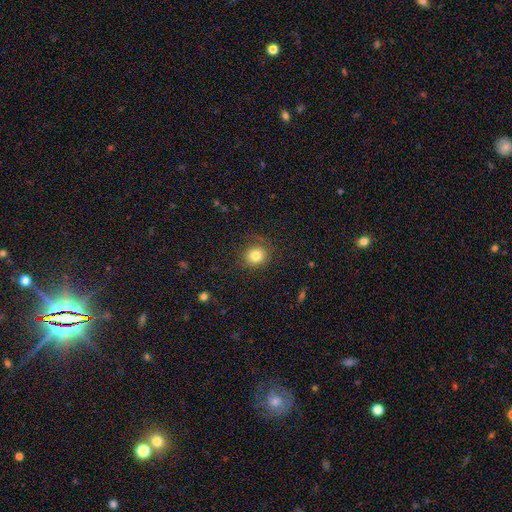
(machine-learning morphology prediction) A smooth galaxy with no disk features (81%) that is round (88%).

Vote fractions:
- Smooth or featured? smooth: 81% / star or artifact: 12% / featured or disk: 7%
- How rounded? round: 88% / in between: 11% / cigar-shaped: 1%
- Merging? none: 84% / minor disturbance: 10% / major disturbance: 4% / merger: 1%